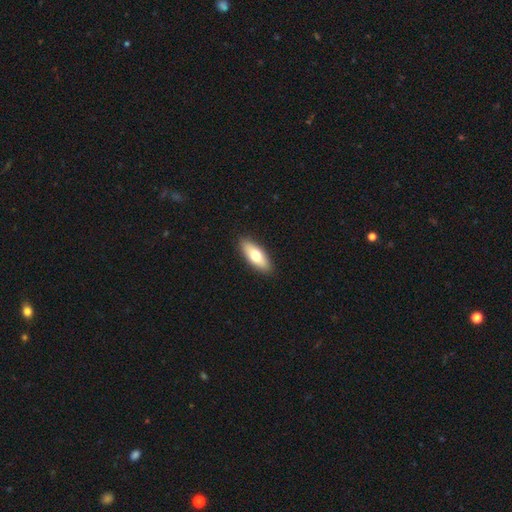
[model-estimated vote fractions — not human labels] Smooth or featured? Predicted: smooth (p=0.70). How rounded? Predicted: in between (p=0.71). Merging? Predicted: none (p=0.90).